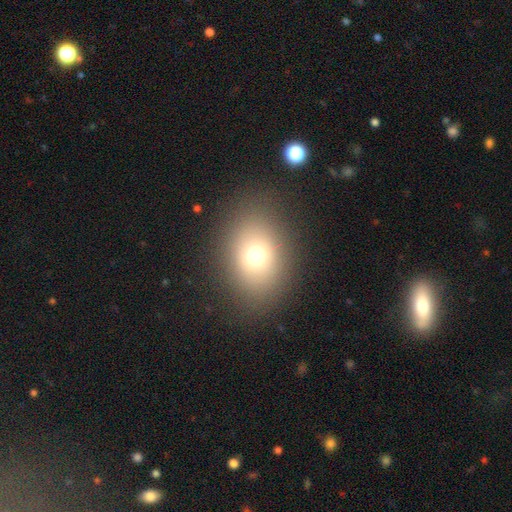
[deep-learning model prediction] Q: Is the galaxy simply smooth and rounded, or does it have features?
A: smooth — 72%.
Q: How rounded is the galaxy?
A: in between — 64%.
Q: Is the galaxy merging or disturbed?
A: none — 84%.